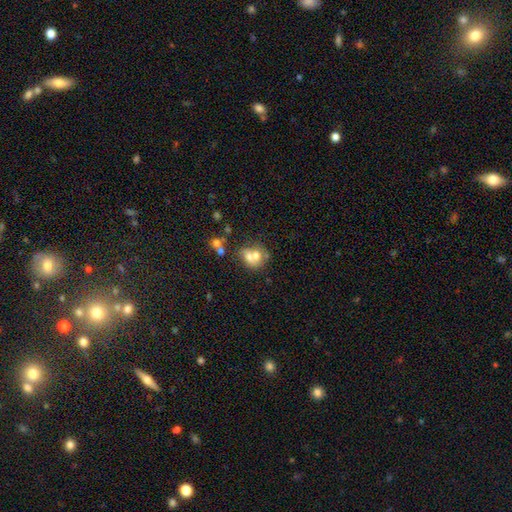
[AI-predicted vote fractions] This appears to be a smooth galaxy with no disk features (61%) that is round (59%). Merging: merger (60%).